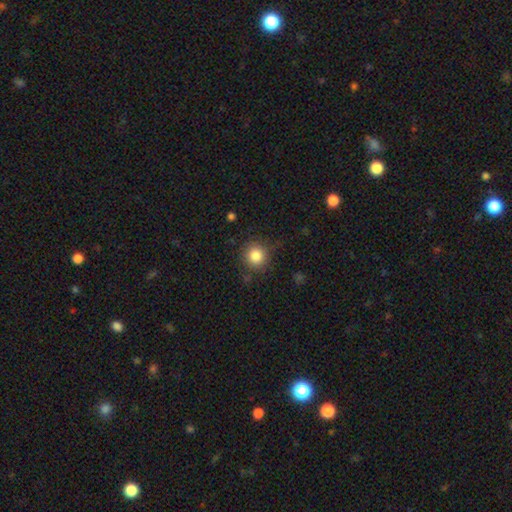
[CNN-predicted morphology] This appears to be a smooth galaxy with no disk features (83%) that is round (93%). Merging: none (85%).